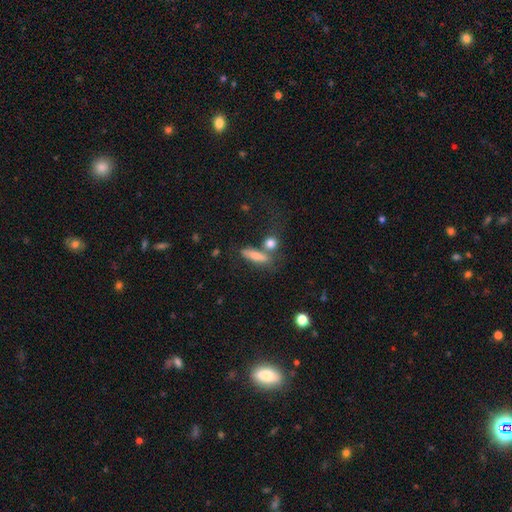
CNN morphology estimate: This appears to be a smooth galaxy with no disk features (75%) that is cigar-shaped (54%). Merging: none (51%).